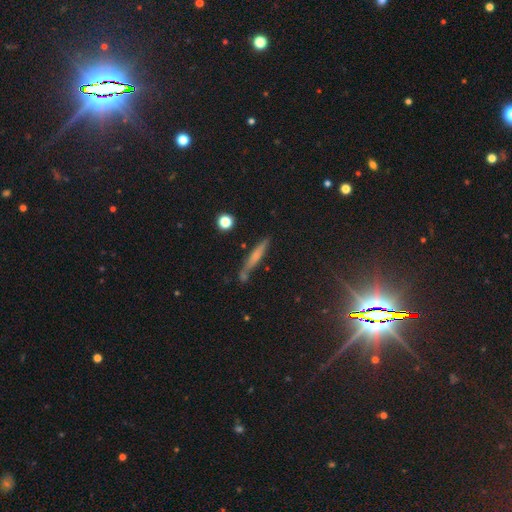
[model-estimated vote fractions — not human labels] The model was most divided on "smooth or featured": smooth: 54%, featured or disk: 34%, star or artifact: 11%. More confident: how rounded — cigar-shaped (91%); merging — none (75%).